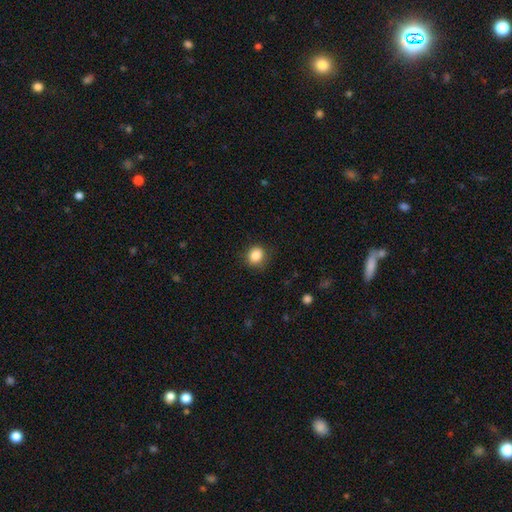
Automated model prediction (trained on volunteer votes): Smooth or featured? smooth (86%)
How rounded? round (82%)
Merging? none (84%)